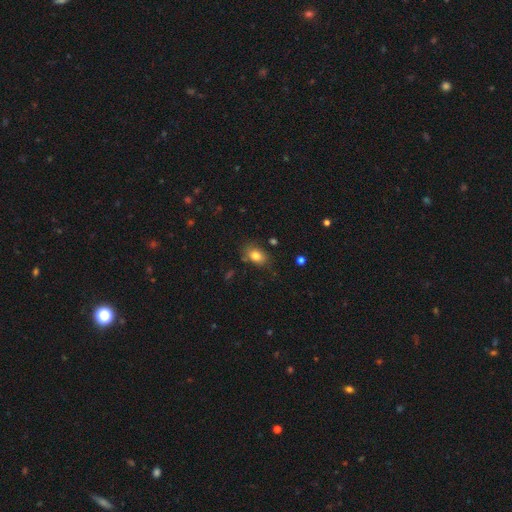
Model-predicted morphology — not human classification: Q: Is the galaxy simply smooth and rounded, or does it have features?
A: smooth — 80%.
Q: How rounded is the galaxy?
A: in between — 75%.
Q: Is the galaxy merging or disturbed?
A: none — 74%.